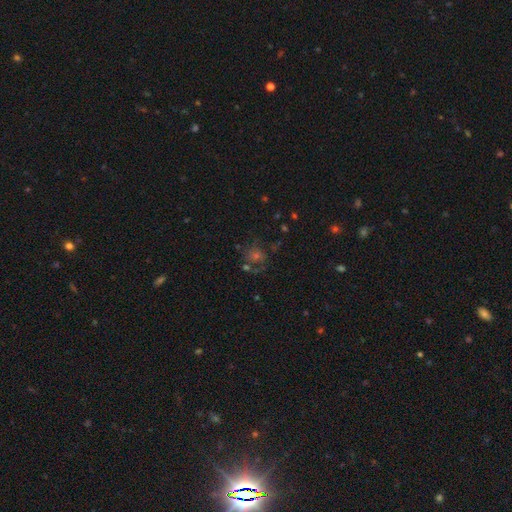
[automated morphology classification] A featured or disk galaxy (34%, tied with star or artifact).

Vote fractions:
- Smooth or featured? featured or disk: 34% (tied) / star or artifact: 34% (tied) / smooth: 32%
- Merging? none: 62% / minor disturbance: 16% / major disturbance: 14% / merger: 8%